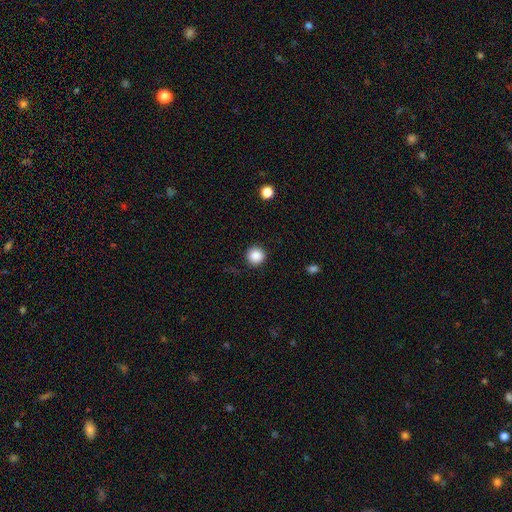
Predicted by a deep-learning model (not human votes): smooth_or_featured: smooth (p=0.87) [alt: star or artifact p=0.10]
how_rounded: round (p=0.95) [alt: in between p=0.04]
merging: none (p=0.90) [alt: minor disturbance p=0.06]